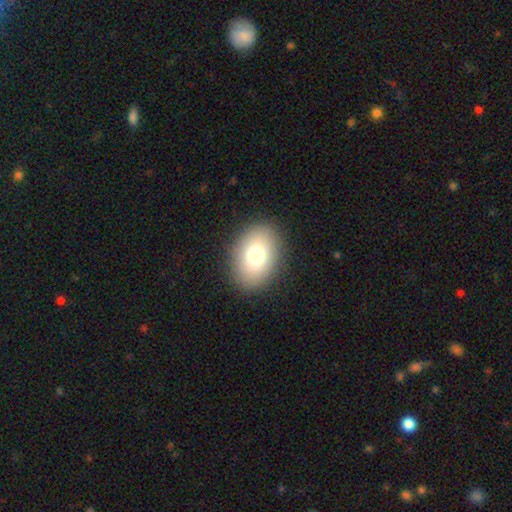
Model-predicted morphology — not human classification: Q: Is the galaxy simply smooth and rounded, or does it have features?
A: smooth — 77%.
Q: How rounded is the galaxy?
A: in between — 76%.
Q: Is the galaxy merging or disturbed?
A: none — 88%.